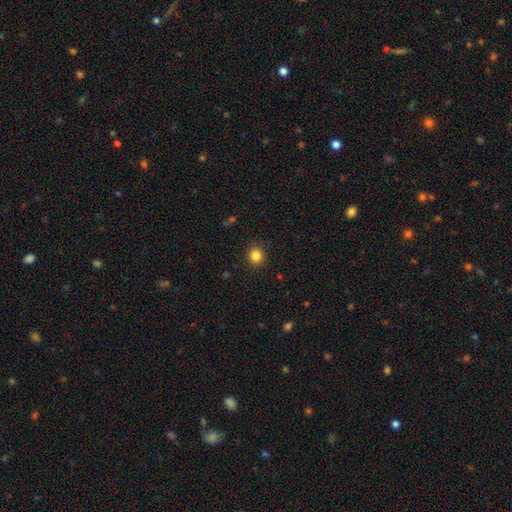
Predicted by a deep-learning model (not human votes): Smooth or featured? Predicted: smooth (p=0.84). How rounded? Predicted: round (p=0.87). Merging? Predicted: none (p=0.91).